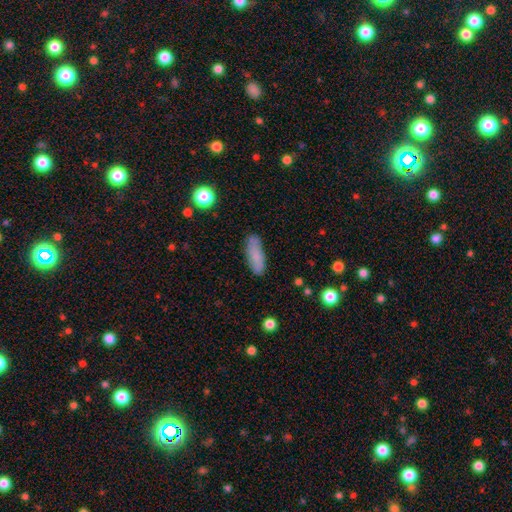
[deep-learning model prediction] Smooth or featured: smooth — 79% (featured or disk — 14%)
How rounded: in between — 60% (cigar-shaped — 38%)
Merging: none — 81% (minor disturbance — 14%)